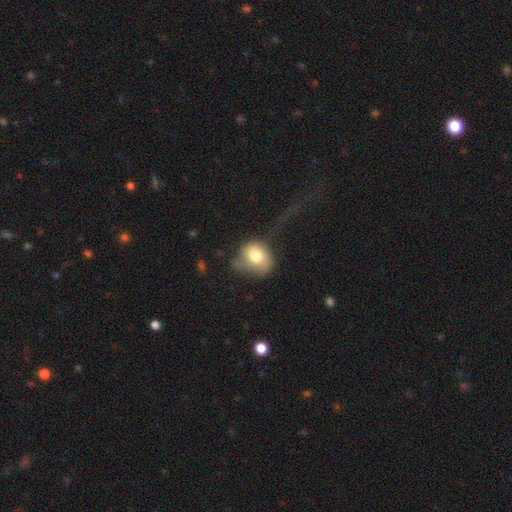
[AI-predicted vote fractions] smooth_or_featured: smooth (p=0.71) [alt: featured or disk p=0.20]
how_rounded: round (p=0.60) [alt: in between p=0.39]
merging: major disturbance (p=0.42) [alt: minor disturbance p=0.29]